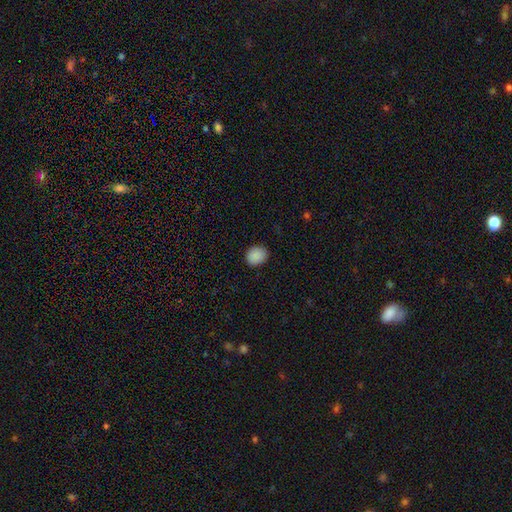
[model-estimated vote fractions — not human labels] Smooth or featured? Predicted: smooth (p=0.89). How rounded? Predicted: round (p=0.62). Merging? Predicted: none (p=0.88).